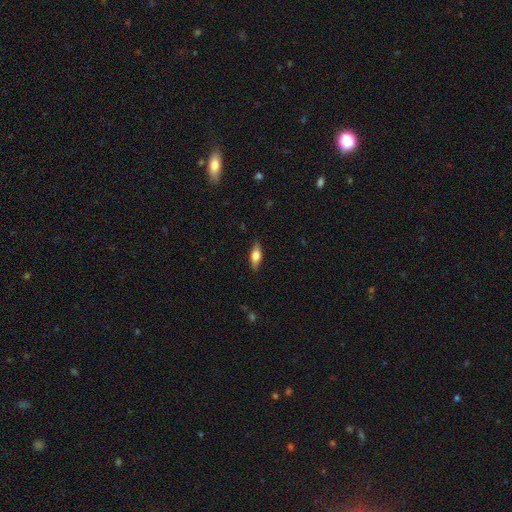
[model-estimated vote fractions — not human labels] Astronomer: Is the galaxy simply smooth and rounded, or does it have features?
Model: smooth — 64%.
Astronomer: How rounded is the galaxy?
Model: in between — 69%.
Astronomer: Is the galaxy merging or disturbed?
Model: none — 85%.